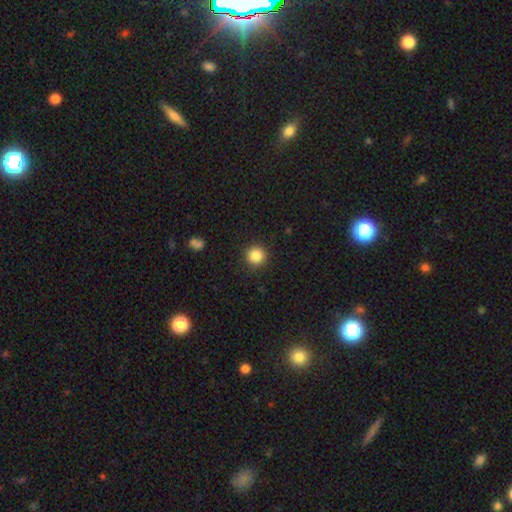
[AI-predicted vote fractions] Q: Smooth or featured?
A: smooth (85%); runner-up: star or artifact (10%)
Q: How rounded?
A: round (95%); runner-up: in between (4%)
Q: Merging?
A: none (92%); runner-up: minor disturbance (5%)